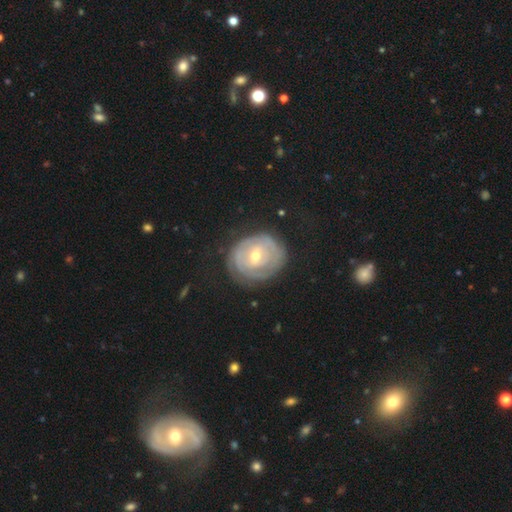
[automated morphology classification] Q: Smooth or featured?
A: featured or disk (74%); runner-up: smooth (19%)
Q: Edge-on disk?
A: no (97%); runner-up: yes (3%)
Q: Bar?
A: weak (44%); runner-up: no (42%)
Q: Spiral arms?
A: yes (76%); runner-up: no (24%)
Q: Spiral winding?
A: tight (78%); runner-up: medium (15%)
Q: Spiral arm count?
A: can't tell (51%); runner-up: 2 (26%)
Q: Bulge size?
A: moderate (52%); runner-up: small (44%)
Q: Merging?
A: none (71%); runner-up: minor disturbance (19%)